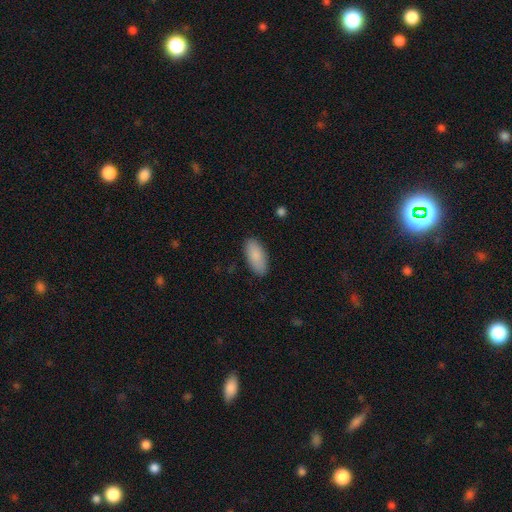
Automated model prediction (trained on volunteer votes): smooth 88%, featured or disk 6%, star or artifact 6%. Down the decision tree: how rounded — in between (88%); merging — none (88%).